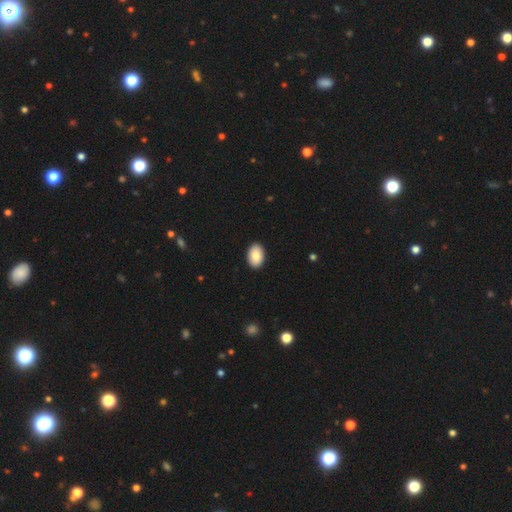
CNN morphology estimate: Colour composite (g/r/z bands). It shows a smooth galaxy with no disk features (86%) that is in between round and cigar-shaped (91%). Merging: none (91%).